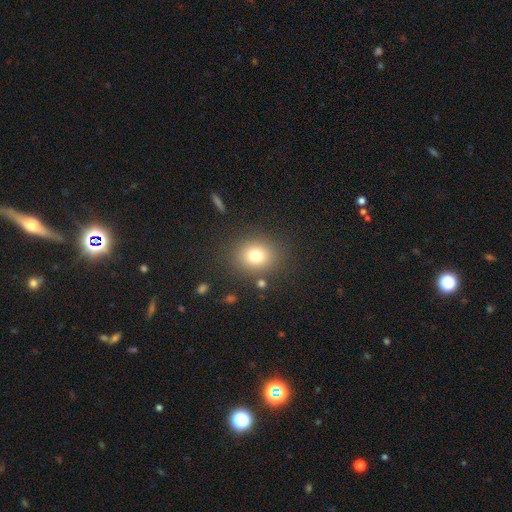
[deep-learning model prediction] Morphology: type=smooth (77%); roundness=round (67%); merging=none (84%).